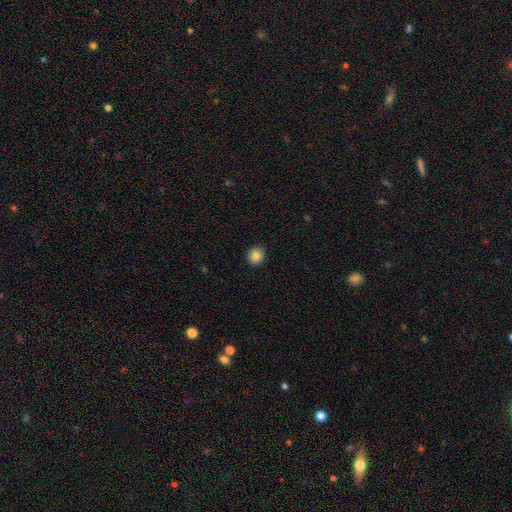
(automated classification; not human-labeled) smooth 85%, star or artifact 10%, featured or disk 6%. Down the decision tree: how rounded — round (80%); merging — none (91%).